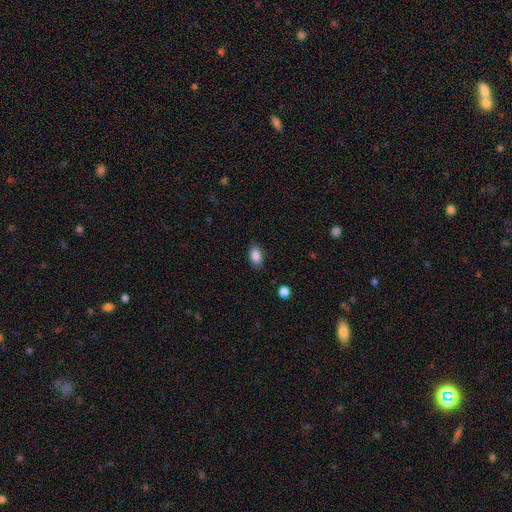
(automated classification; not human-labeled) The model was most divided on "merging": none: 85%, minor disturbance: 11%, major disturbance: 3%, merger: 1%. More confident: how rounded — in between (90%); smooth or featured — smooth (88%).